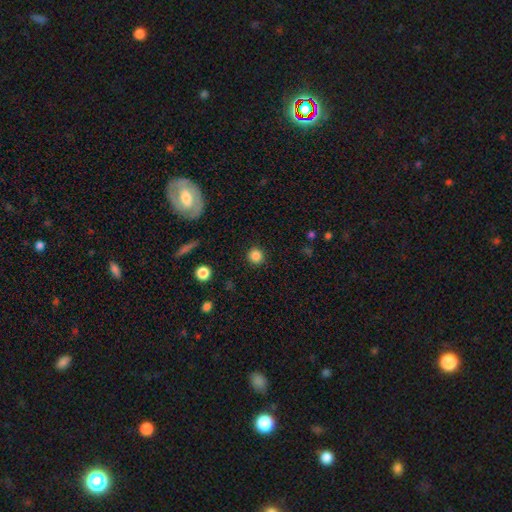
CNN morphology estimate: smooth-or-featured: smooth: 84% | star or artifact: 11% | featured or disk: 4%
  how-rounded: round: 93% | in between: 6% | cigar-shaped: 1%
  merging: none: 91% | minor disturbance: 5% | major disturbance: 2% | merger: 1%